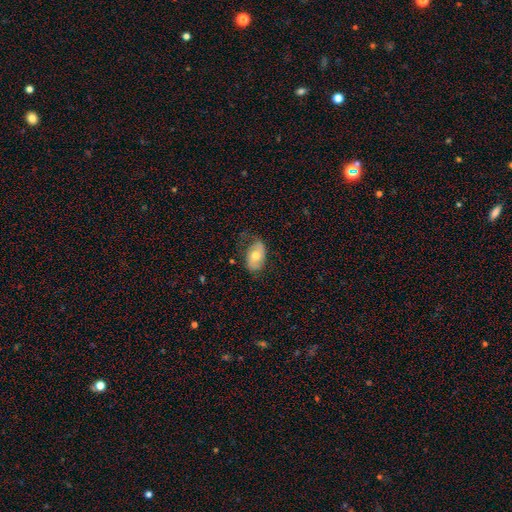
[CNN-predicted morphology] smooth_or_featured: smooth (p=0.59) [alt: featured or disk p=0.35]
how_rounded: in between (p=0.91) [alt: round p=0.07]
merging: none (p=0.62) [alt: minor disturbance p=0.27]